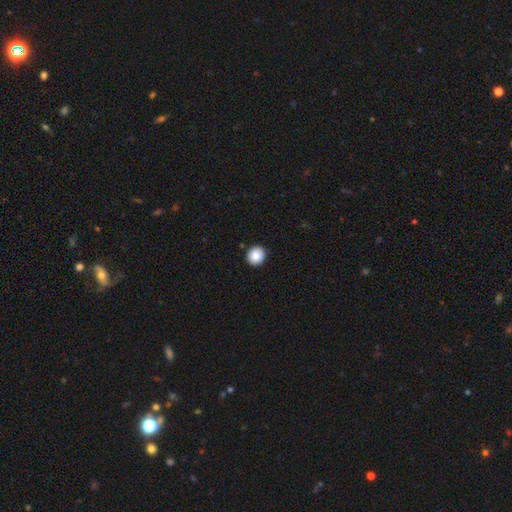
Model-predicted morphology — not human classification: The model was most divided on "how rounded": round: 85%, in between: 14%, cigar-shaped: 1%. More confident: merging — none (92%); smooth or featured — smooth (87%).